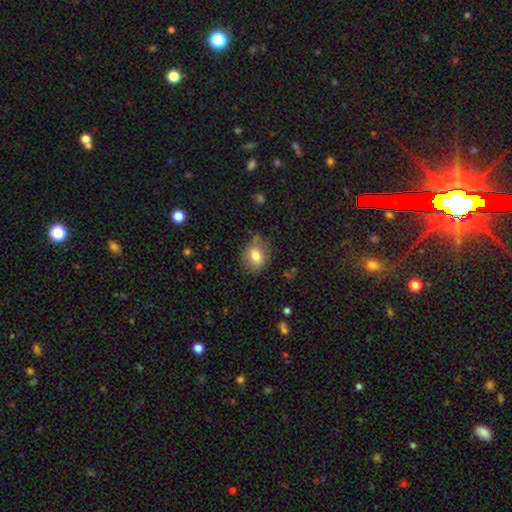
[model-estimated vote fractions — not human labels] This appears to be a smooth galaxy with no disk features (76%) that is round (57%). Merging: none (73%).